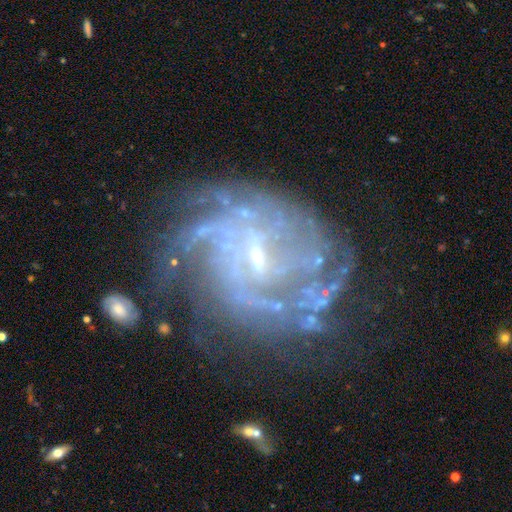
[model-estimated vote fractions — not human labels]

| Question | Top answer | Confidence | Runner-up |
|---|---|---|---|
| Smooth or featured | featured or disk | 86% | star or artifact (8%) |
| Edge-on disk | no | 98% | yes (2%) |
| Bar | weak | 55% | no (25%) |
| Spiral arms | yes | 91% | no (9%) |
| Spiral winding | tight | 54% | medium (33%) |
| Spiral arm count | can't tell | 40% | 4 (17%) |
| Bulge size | small | 65% | moderate (20%) |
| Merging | none | 60% | minor disturbance (20%) |